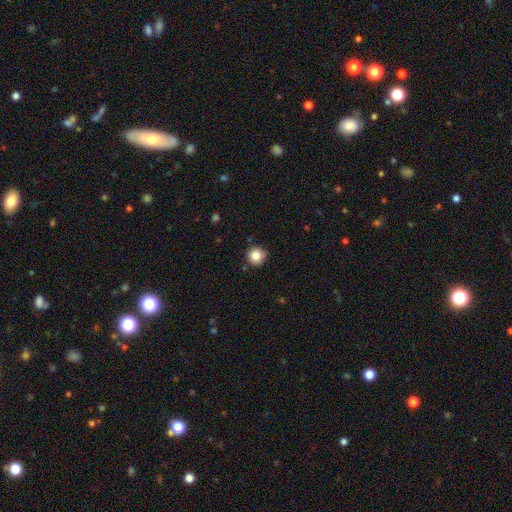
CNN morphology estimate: Smooth or featured?
  - smooth: 83% *
  - star or artifact: 11%
  - featured or disk: 6%
How rounded?
  - round: 94% *
  - in between: 6%
  - cigar-shaped: 1%
Merging?
  - none: 81% *
  - minor disturbance: 14%
  - major disturbance: 3%
  - merger: 2%